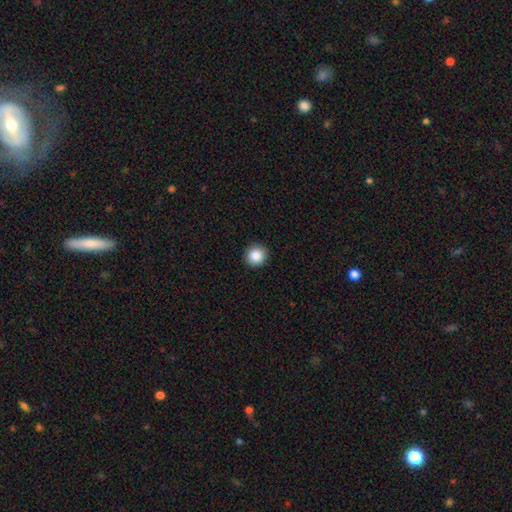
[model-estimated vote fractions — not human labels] This appears to be a smooth galaxy with no disk features (87%) that is round (93%). Merging: none (92%).